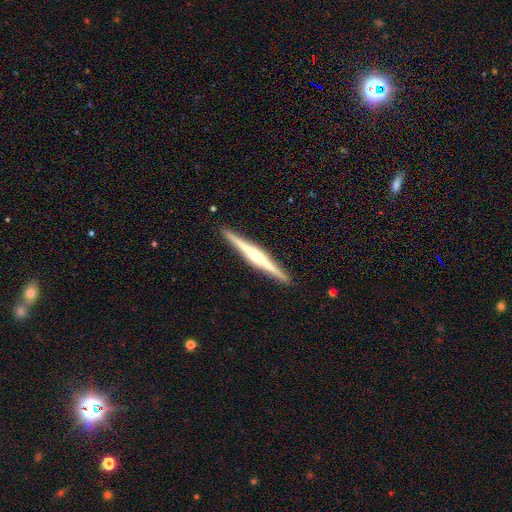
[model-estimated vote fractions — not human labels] A featured or disk galaxy (81%) viewed edge-on (98%) with a rounded central bulge (86%). Merging: none (93%).